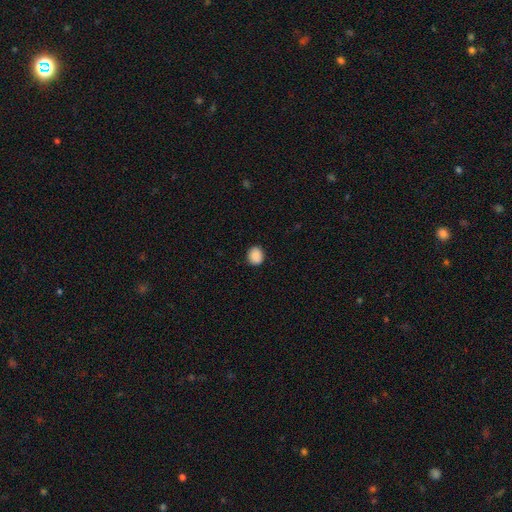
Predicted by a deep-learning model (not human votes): Smooth or featured? smooth (89%)
How rounded? round (72%)
Merging? none (88%)